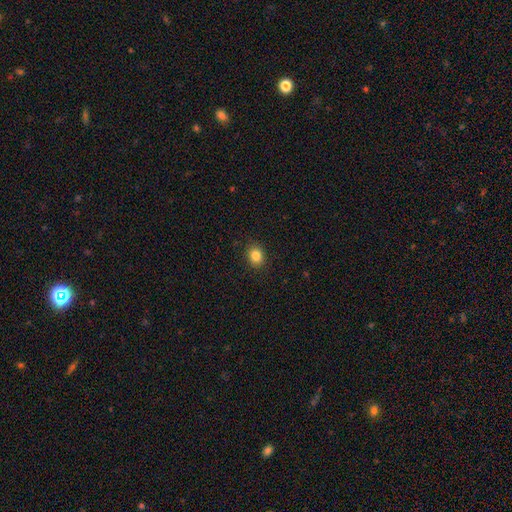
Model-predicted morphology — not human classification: This appears to be a smooth galaxy with no disk features (84%) that is round (59%). Merging: none (90%).